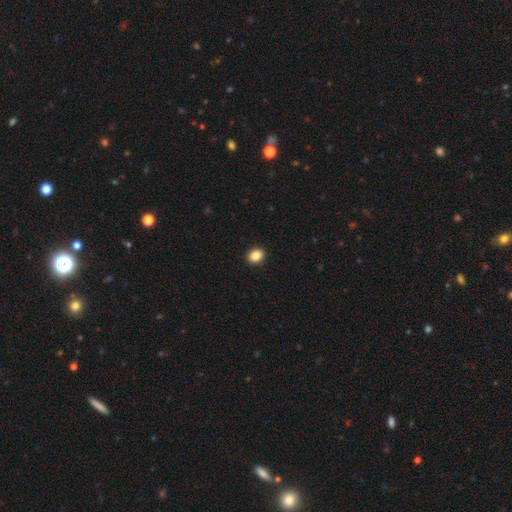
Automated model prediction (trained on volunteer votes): Smooth or featured?
  - smooth: 87% *
  - star or artifact: 10%
  - featured or disk: 4%
How rounded?
  - round: 57% *
  - in between: 42%
  - cigar-shaped: 1%
Merging?
  - none: 92% *
  - minor disturbance: 5%
  - major disturbance: 2%
  - merger: 1%